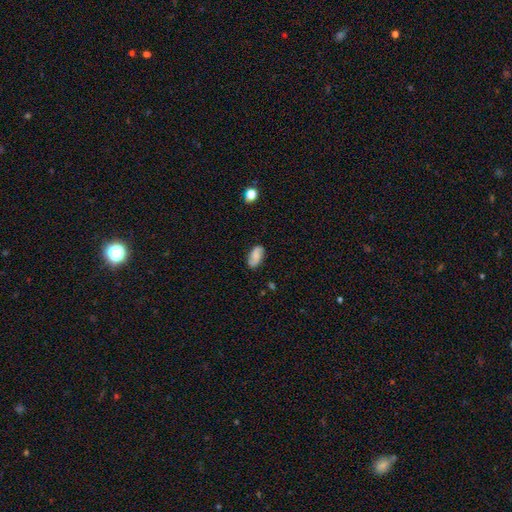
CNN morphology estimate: Smooth or featured: smooth — 62% (featured or disk — 29%)
How rounded: in between — 93% (round — 4%)
Merging: none — 81% (minor disturbance — 14%)